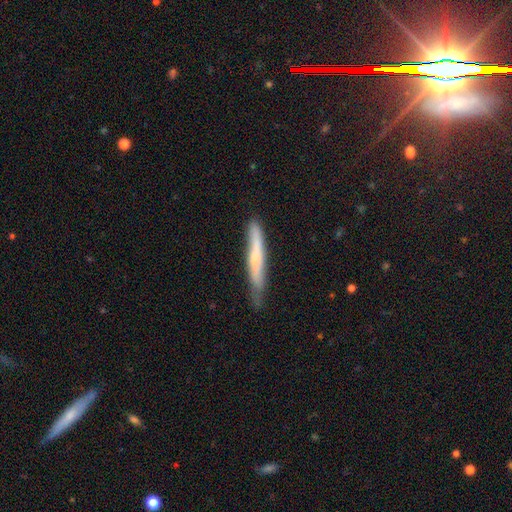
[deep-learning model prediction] Smooth or featured? smooth (53%)
How rounded? cigar-shaped (95%)
Merging? none (67%)